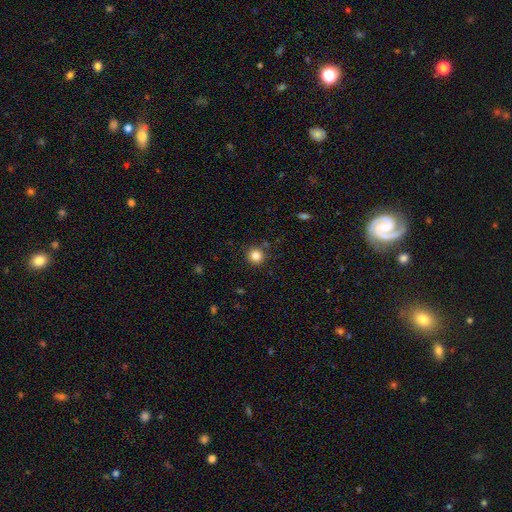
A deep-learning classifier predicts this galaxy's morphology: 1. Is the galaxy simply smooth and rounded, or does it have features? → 83% smooth, 11% star or artifact, 5% featured or disk.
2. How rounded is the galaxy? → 94% round, 5% in between, 1% cigar-shaped.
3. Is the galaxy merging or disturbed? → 88% none, 7% minor disturbance, 2% merger, 2% major disturbance.